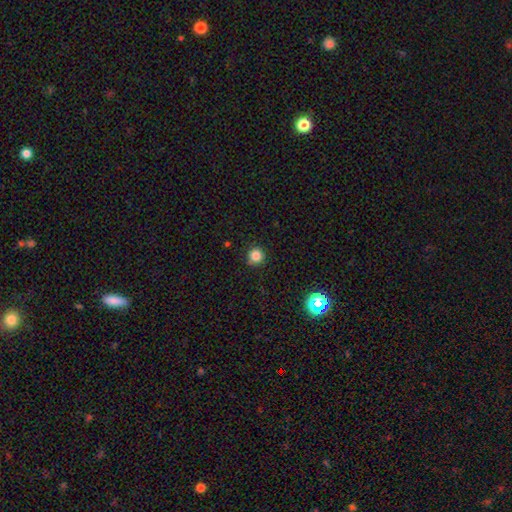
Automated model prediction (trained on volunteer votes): A smooth galaxy with no disk features (83%) that is round (94%).

Vote fractions:
- Smooth or featured? smooth: 83% / star or artifact: 13% / featured or disk: 4%
- How rounded? round: 94% / in between: 5% / cigar-shaped: 1%
- Merging? none: 88% / minor disturbance: 9% / major disturbance: 2% / merger: 1%